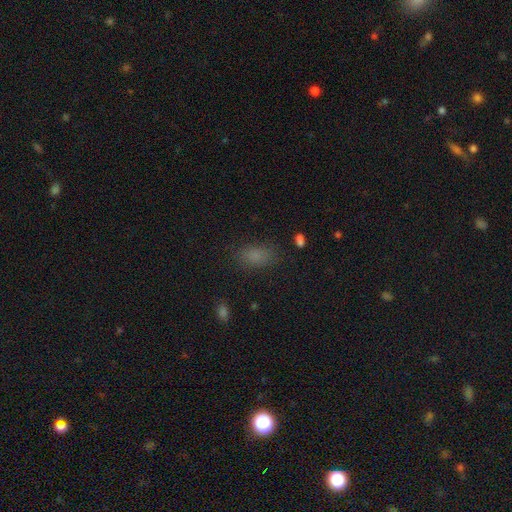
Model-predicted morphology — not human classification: type=smooth (80%); roundness=in between (87%); merging=none (80%).